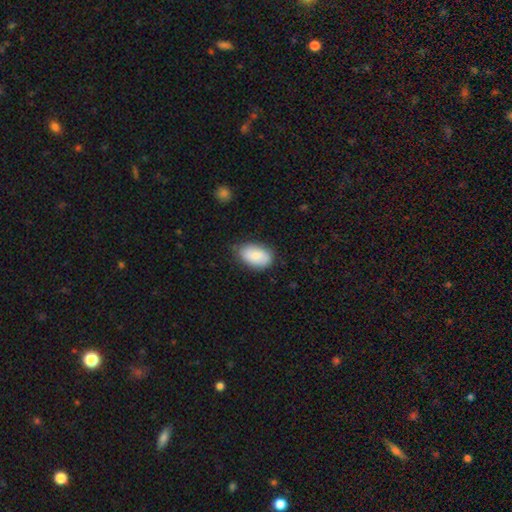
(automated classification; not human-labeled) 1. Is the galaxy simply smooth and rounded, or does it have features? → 82% smooth, 12% featured or disk, 6% star or artifact.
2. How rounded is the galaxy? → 93% in between, 6% round, 1% cigar-shaped.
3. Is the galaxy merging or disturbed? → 72% none, 22% minor disturbance, 4% major disturbance, 1% merger.